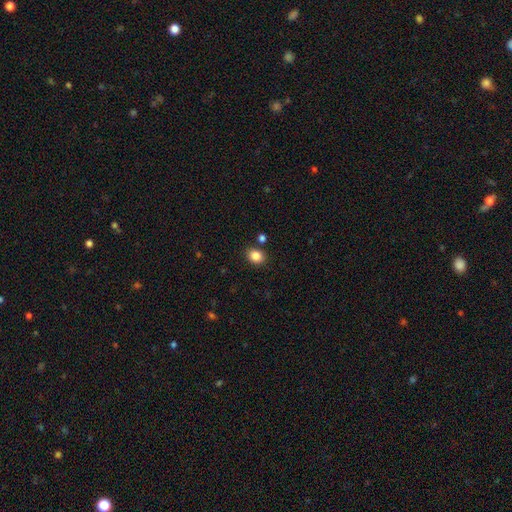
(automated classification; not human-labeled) Smooth or featured? smooth (85%)
How rounded? round (55%)
Merging? none (84%)